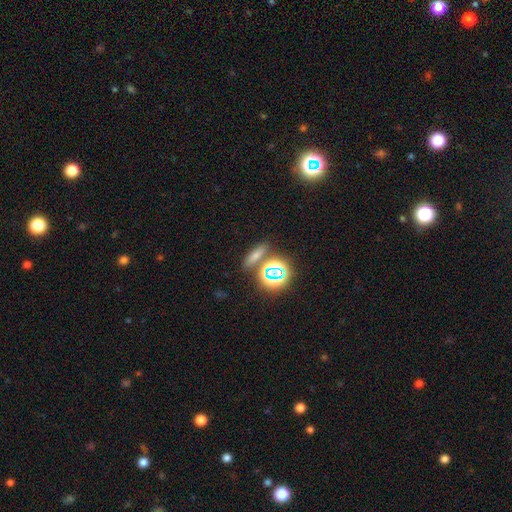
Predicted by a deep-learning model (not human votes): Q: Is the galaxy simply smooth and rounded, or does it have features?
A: smooth — 57%.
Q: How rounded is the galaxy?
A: cigar-shaped — 45%.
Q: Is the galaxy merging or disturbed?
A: none — 77%.